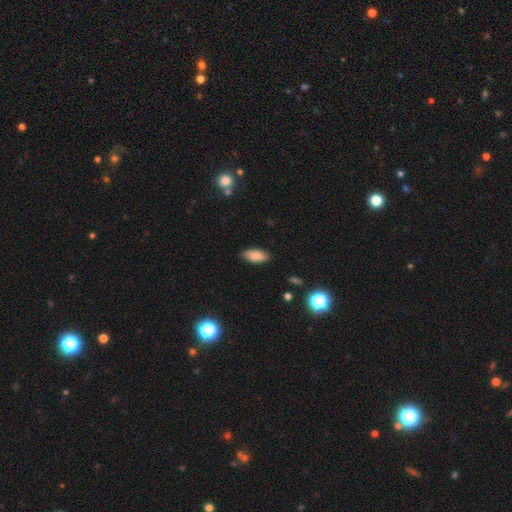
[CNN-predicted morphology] The model was most divided on "merging": none: 86%, minor disturbance: 11%, major disturbance: 2%, merger: 1%. More confident: how rounded — in between (88%); smooth or featured — smooth (85%).